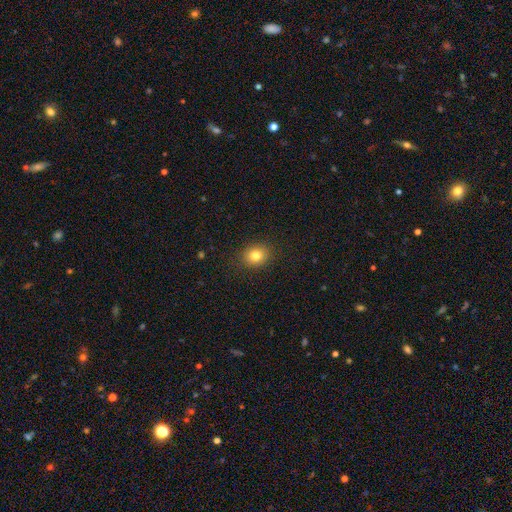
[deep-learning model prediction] Smooth or featured? smooth (81%)
How rounded? round (59%)
Merging? none (89%)